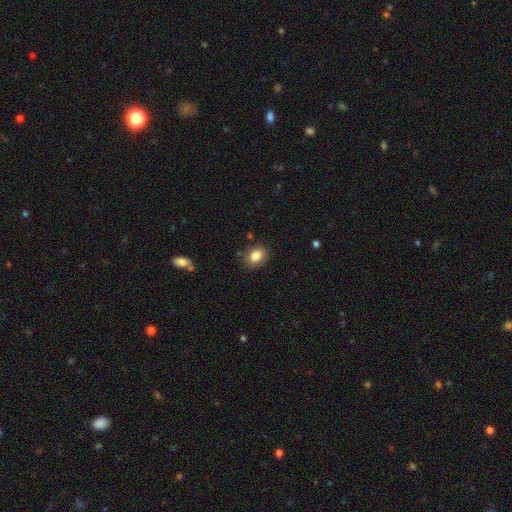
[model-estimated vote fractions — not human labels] smooth-or-featured: smooth: 83% | star or artifact: 10% | featured or disk: 7%
  how-rounded: in between: 54% | round: 45% | cigar-shaped: 1%
  merging: none: 84% | minor disturbance: 12% | major disturbance: 3% | merger: 2%